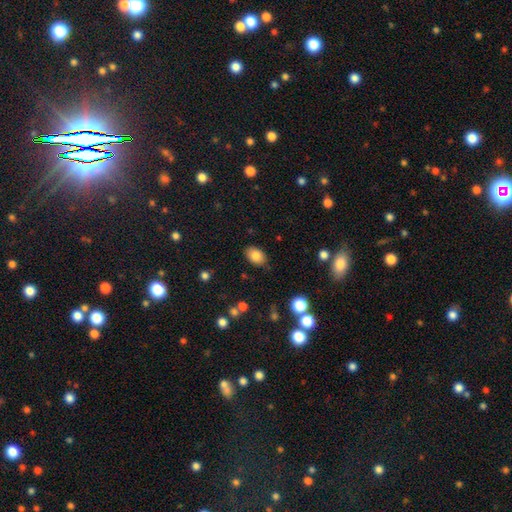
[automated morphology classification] Q: Smooth or featured?
A: smooth (83%); runner-up: featured or disk (9%)
Q: How rounded?
A: in between (85%); runner-up: round (14%)
Q: Merging?
A: none (85%); runner-up: minor disturbance (11%)